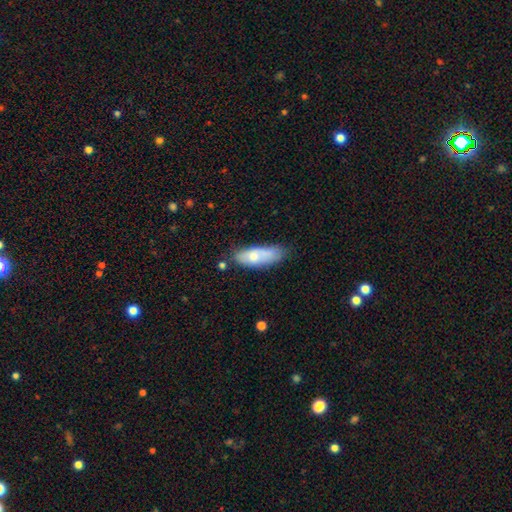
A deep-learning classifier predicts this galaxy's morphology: Overall: smooth (70%). How rounded: in between (71%). Merging: none (57%; minor disturbance 27%).